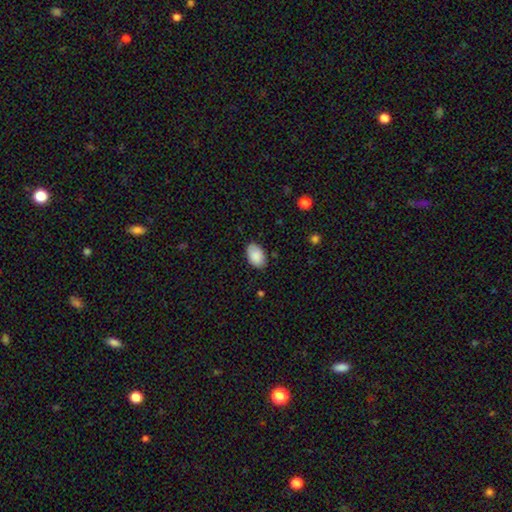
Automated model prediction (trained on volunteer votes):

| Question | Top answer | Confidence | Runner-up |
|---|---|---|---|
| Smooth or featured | smooth | 89% | star or artifact (6%) |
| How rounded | in between | 92% | round (7%) |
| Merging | none | 83% | minor disturbance (13%) |